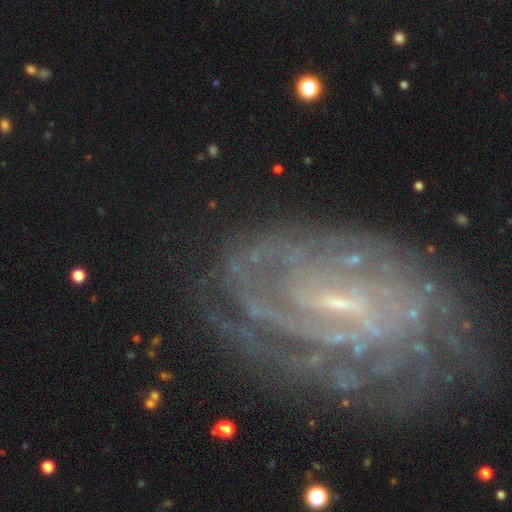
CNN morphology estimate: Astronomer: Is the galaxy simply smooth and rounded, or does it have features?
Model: featured or disk — 84%.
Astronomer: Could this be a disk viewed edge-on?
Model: no — 96%.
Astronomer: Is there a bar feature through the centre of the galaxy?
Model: weak — 49% (runner-up: strong, 28%).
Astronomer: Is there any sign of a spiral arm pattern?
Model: yes — 91%.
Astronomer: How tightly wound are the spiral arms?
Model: tight — 61%.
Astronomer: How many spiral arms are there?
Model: can't tell — 44%.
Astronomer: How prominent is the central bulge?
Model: small — 65%.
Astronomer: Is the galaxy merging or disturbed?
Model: none — 66%.